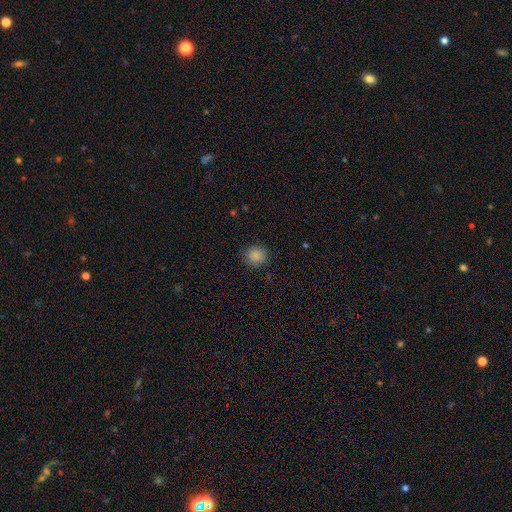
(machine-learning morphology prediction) A smooth galaxy with no disk features (86%) that is round (84%).

Vote fractions:
- Smooth or featured? smooth: 86% / star or artifact: 9% / featured or disk: 5%
- How rounded? round: 84% / in between: 15% / cigar-shaped: 1%
- Merging? none: 85% / minor disturbance: 11% / major disturbance: 3% / merger: 1%